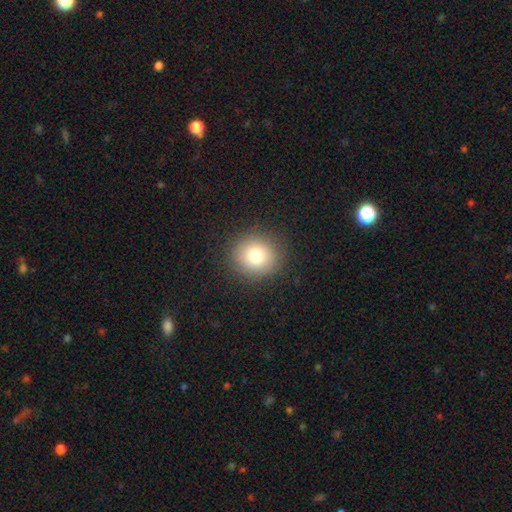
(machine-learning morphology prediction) Smooth or featured? smooth (80%)
How rounded? round (91%)
Merging? none (90%)